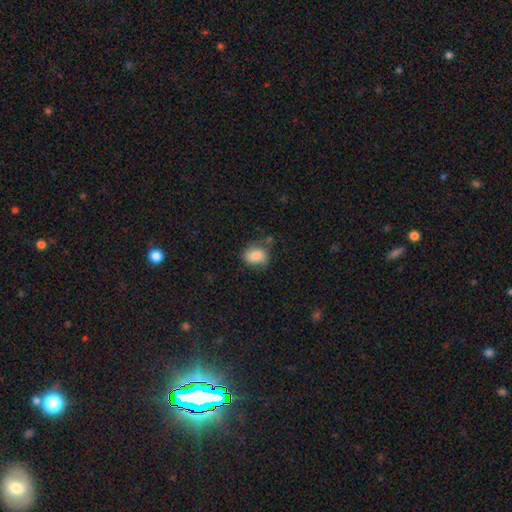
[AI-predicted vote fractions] Morphology: type=smooth (81%); roundness=in between (60%); merging=none (61%).